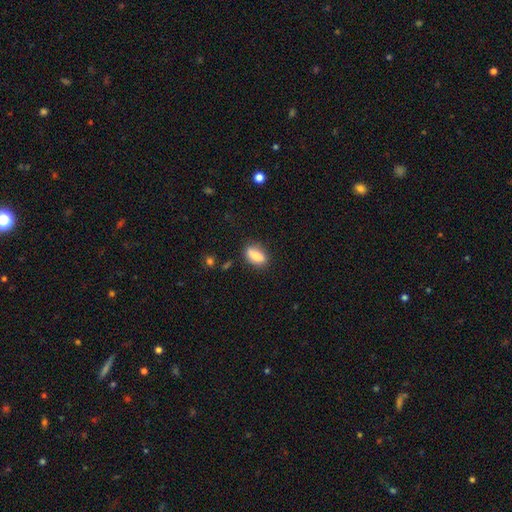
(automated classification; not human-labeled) The model was most divided on "merging": none: 79%, minor disturbance: 15%, major disturbance: 4%, merger: 3%. More confident: smooth or featured — smooth (82%); how rounded — in between (81%).